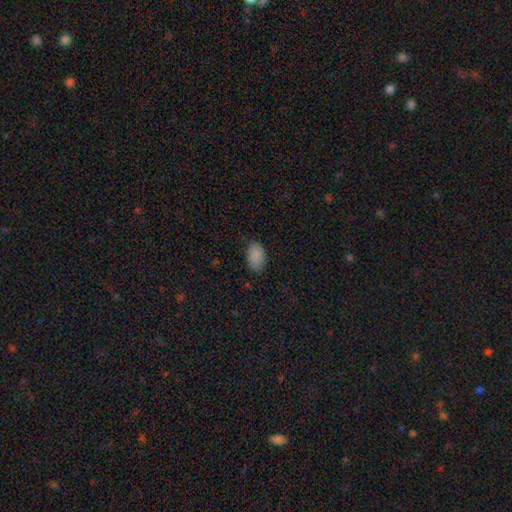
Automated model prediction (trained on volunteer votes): Q: Smooth or featured?
A: smooth (88%); runner-up: star or artifact (9%)
Q: How rounded?
A: in between (91%); runner-up: round (8%)
Q: Merging?
A: none (82%); runner-up: minor disturbance (14%)